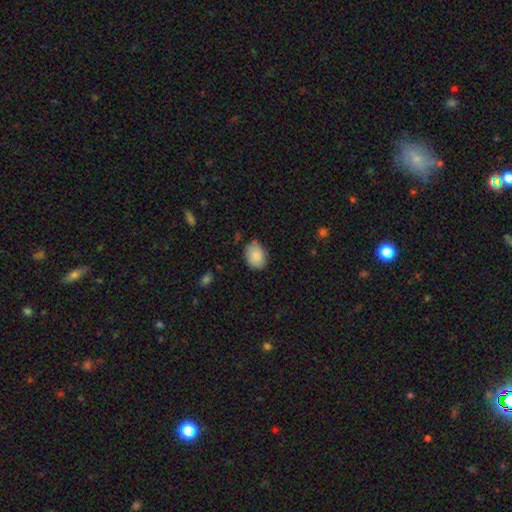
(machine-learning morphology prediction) This appears to be a smooth galaxy with no disk features (87%) that is in between round and cigar-shaped (67%). Merging: none (73%).